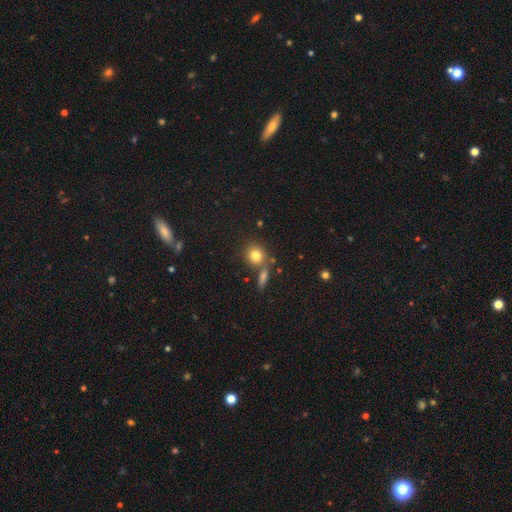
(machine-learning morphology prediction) This appears to be a smooth galaxy with no disk features (79%) that is round (80%). Merging: none (66%).